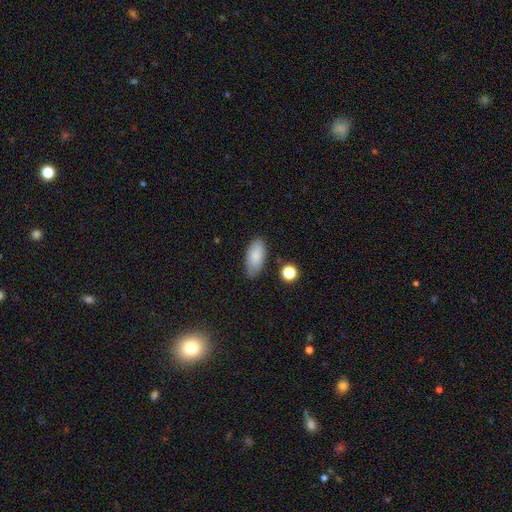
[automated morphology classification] Overall: smooth (84%). How rounded: in between (91%). Merging: none (77%).